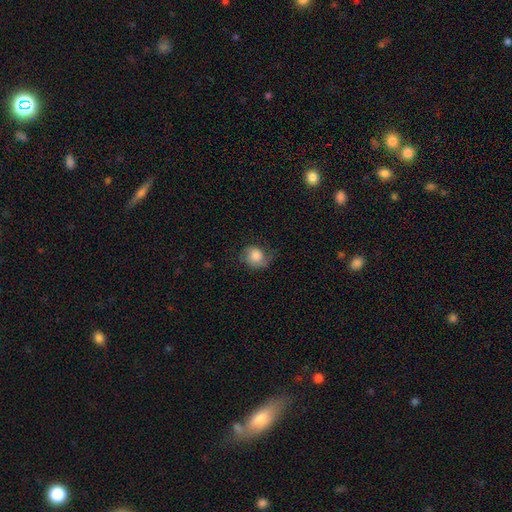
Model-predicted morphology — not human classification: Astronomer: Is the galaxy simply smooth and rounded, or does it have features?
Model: smooth — 66%.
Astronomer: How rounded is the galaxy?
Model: round — 63%.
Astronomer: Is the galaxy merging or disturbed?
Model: none — 58%.